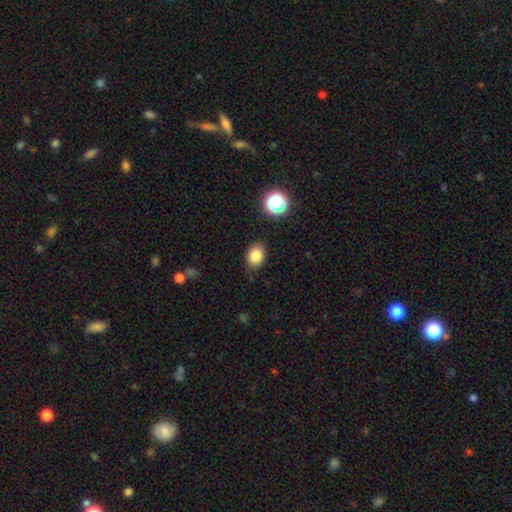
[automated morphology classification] Smooth or featured? Predicted: smooth (p=0.82). How rounded? Predicted: in between (p=0.60). Merging? Predicted: none (p=0.85).